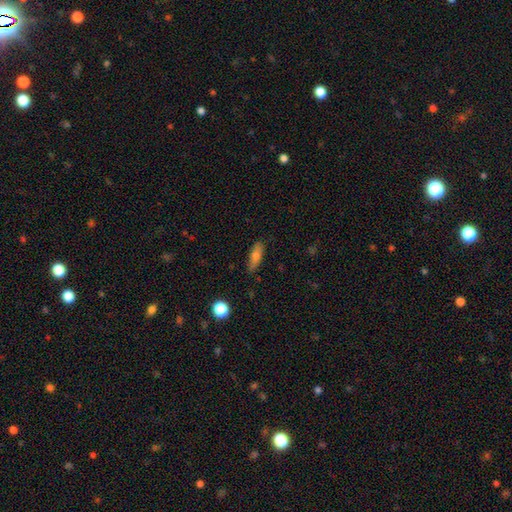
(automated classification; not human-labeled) Q: Smooth or featured?
A: smooth (70%); runner-up: featured or disk (21%)
Q: How rounded?
A: cigar-shaped (49%); runner-up: in between (48%)
Q: Merging?
A: none (82%); runner-up: minor disturbance (14%)